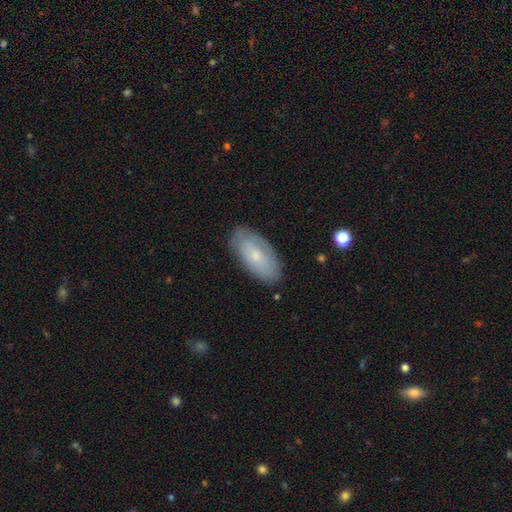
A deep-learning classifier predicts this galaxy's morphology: This appears to be a smooth galaxy with no disk features (64%) that is in between round and cigar-shaped (92%). Merging: none (83%).